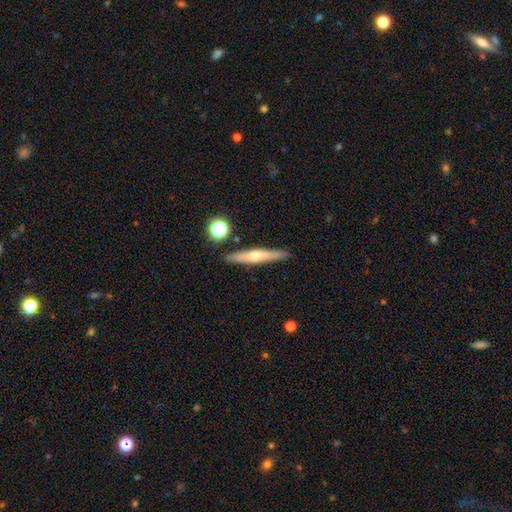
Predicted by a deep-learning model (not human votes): smooth-or-featured: featured or disk: 57% | smooth: 36% | star or artifact: 7%
  disk-edge-on: yes: 95% | no: 5%
    edge-on-bulge: rounded: 84% | none: 12% | boxy: 4%
  merging: none: 88% | minor disturbance: 8% | merger: 3% | major disturbance: 2%